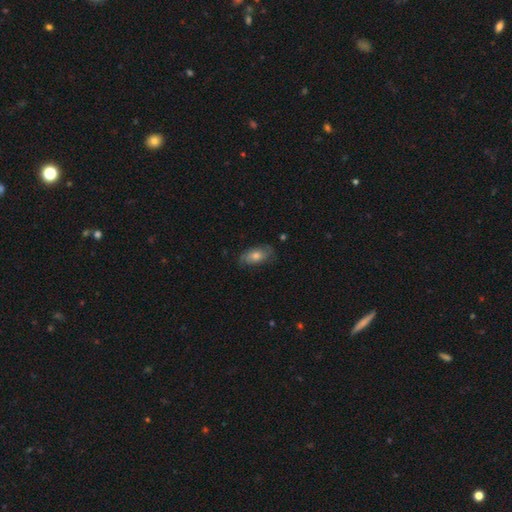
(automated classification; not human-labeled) Smooth or featured? smooth (53%)
How rounded? in between (87%)
Merging? none (76%)